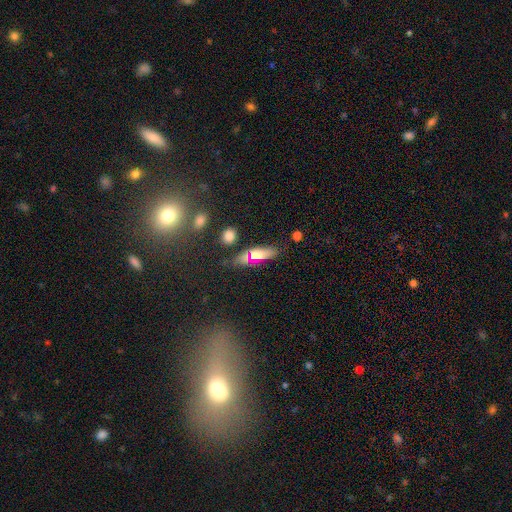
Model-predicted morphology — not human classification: Smooth or featured: smooth — 65% (featured or disk — 23%)
How rounded: in between — 48% (cigar-shaped — 46%)
Merging: none — 74% (minor disturbance — 14%)